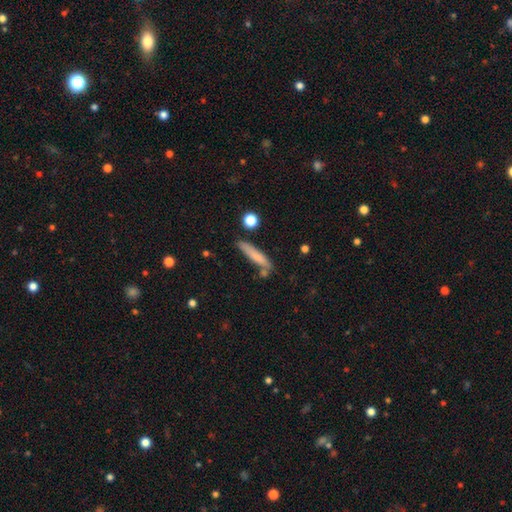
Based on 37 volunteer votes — Overall: smooth (76%). How rounded: cigar-shaped (89%). Merging: none (57%; minor disturbance 31%).